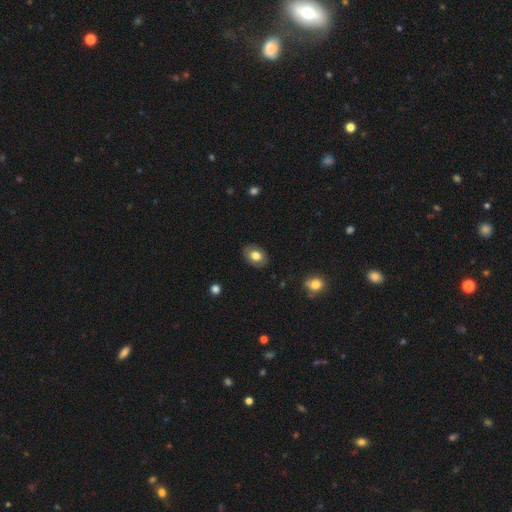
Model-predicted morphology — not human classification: A smooth galaxy with no disk features (74%) that is in between round and cigar-shaped (74%).

Vote fractions:
- Smooth or featured? smooth: 74% / featured or disk: 18% / star or artifact: 8%
- How rounded? in between: 74% / round: 25% / cigar-shaped: 1%
- Merging? none: 85% / minor disturbance: 11% / major disturbance: 3% / merger: 1%